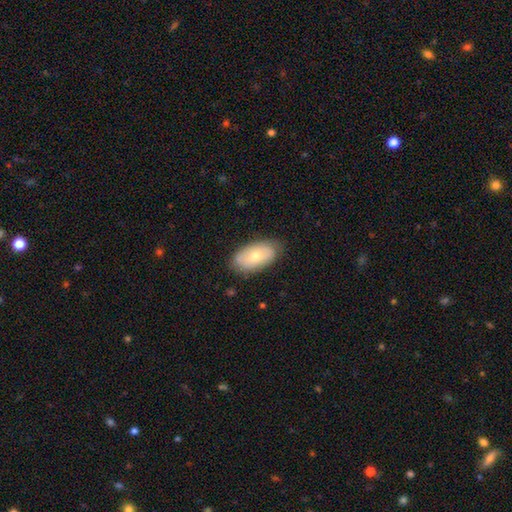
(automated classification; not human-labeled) Smooth or featured? Predicted: smooth (p=0.62). How rounded? Predicted: in between (p=0.94). Merging? Predicted: none (p=0.82).